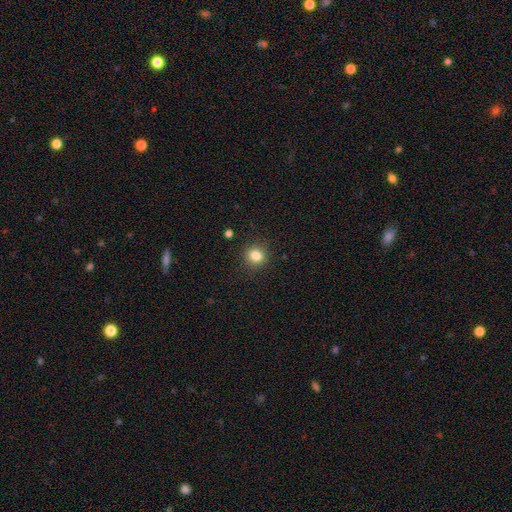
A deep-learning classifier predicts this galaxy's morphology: A smooth galaxy with no disk features (83%) that is round (84%).

Vote fractions:
- Smooth or featured? smooth: 83% / star or artifact: 12% / featured or disk: 6%
- How rounded? round: 84% / in between: 15% / cigar-shaped: 1%
- Merging? none: 90% / minor disturbance: 7% / major disturbance: 2% / merger: 1%